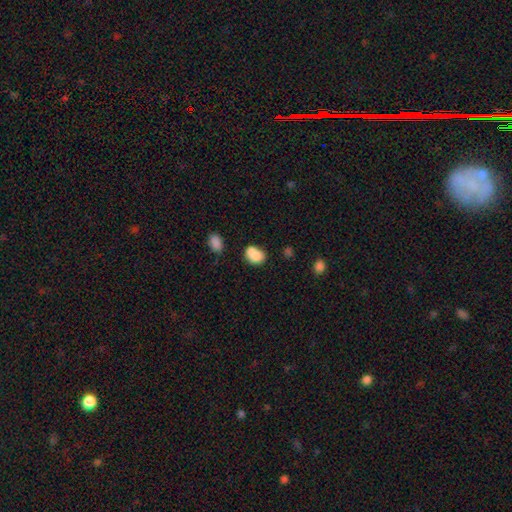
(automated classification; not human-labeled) This is likely a smooth galaxy (79%). How rounded: possibly in between (54%). Merging: marginally merger (42%).